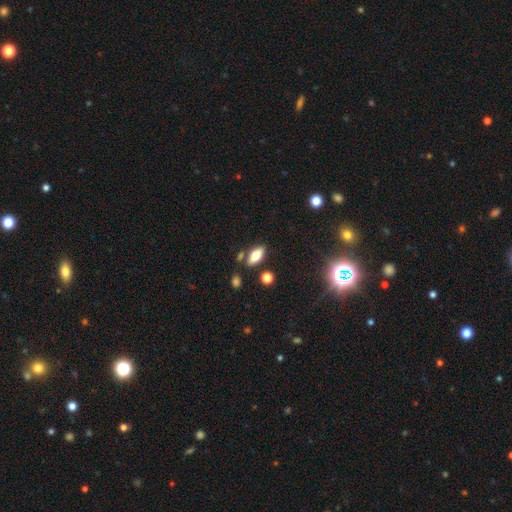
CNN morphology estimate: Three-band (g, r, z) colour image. It shows a smooth galaxy with no disk features (69%) that is in between round and cigar-shaped (82%). Merging: none (78%).